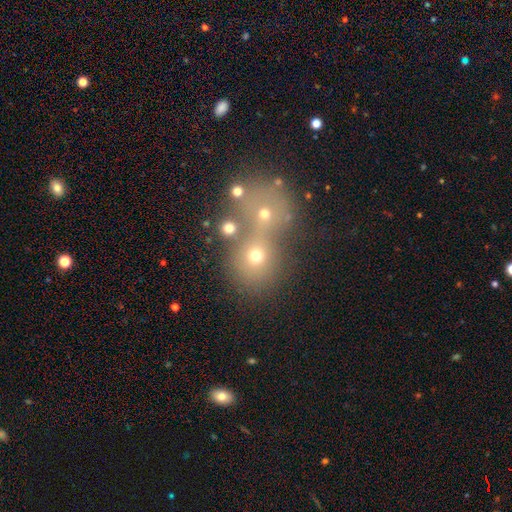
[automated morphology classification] smooth-or-featured: smooth: 66% | star or artifact: 19% | featured or disk: 14%
  how-rounded: round: 77% | in between: 22% | cigar-shaped: 1%
  merging: merger: 53% | none: 36% | minor disturbance: 6% | major disturbance: 4%